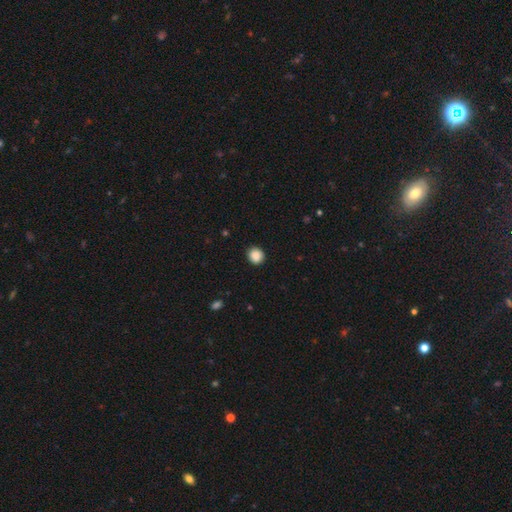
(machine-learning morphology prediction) Smooth or featured? Predicted: smooth (p=0.88). How rounded? Predicted: round (p=0.83). Merging? Predicted: none (p=0.90).